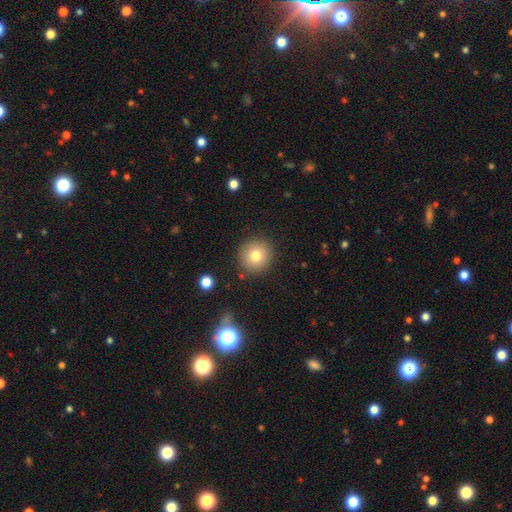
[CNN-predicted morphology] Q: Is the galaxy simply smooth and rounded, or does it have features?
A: smooth — 77%.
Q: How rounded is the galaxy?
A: round — 94%.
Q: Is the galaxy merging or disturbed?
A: none — 89%.